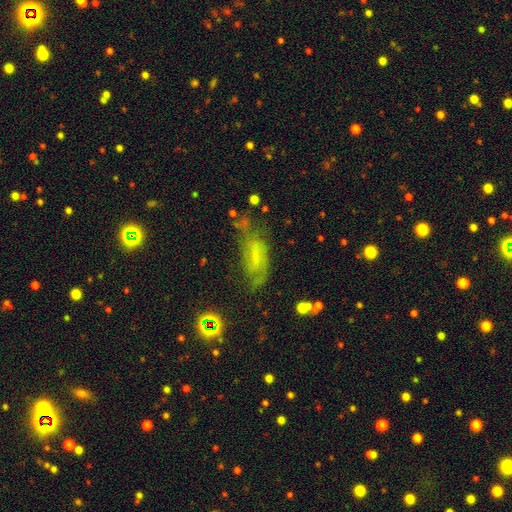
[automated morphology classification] This appears to be a featured or disk galaxy (51%). Merging: none (49%).